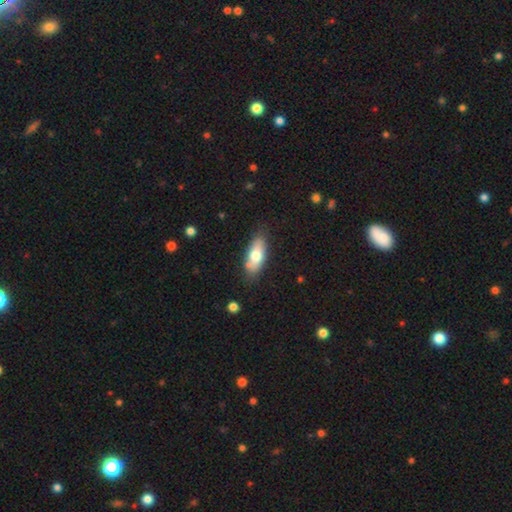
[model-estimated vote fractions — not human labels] A smooth galaxy with no disk features (69%) that is in between round and cigar-shaped (80%).

Vote fractions:
- Smooth or featured? smooth: 69% / featured or disk: 24% / star or artifact: 6%
- How rounded? in between: 80% / cigar-shaped: 17% / round: 3%
- Merging? none: 75% / minor disturbance: 17% / merger: 4% / major disturbance: 4%